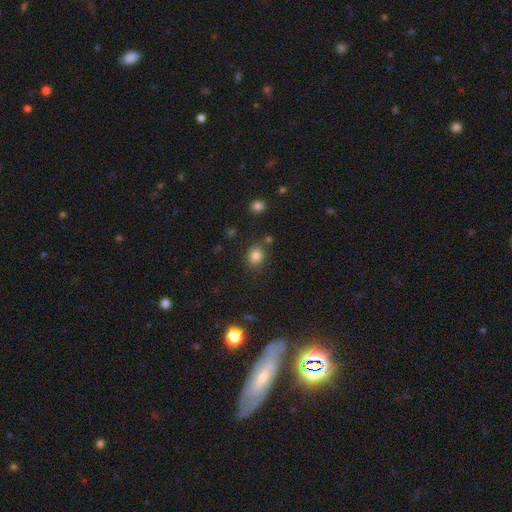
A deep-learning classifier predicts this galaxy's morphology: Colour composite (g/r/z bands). It shows a smooth galaxy with no disk features (82%) that is round (68%). Merging: none (79%).